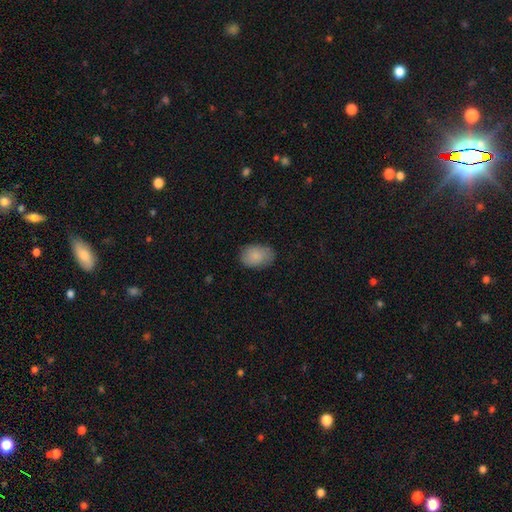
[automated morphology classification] smooth-or-featured: smooth: 86% | featured or disk: 7% | star or artifact: 7%
  how-rounded: in between: 83% | round: 16% | cigar-shaped: 1%
  merging: none: 79% | minor disturbance: 16% | major disturbance: 4% | merger: 1%